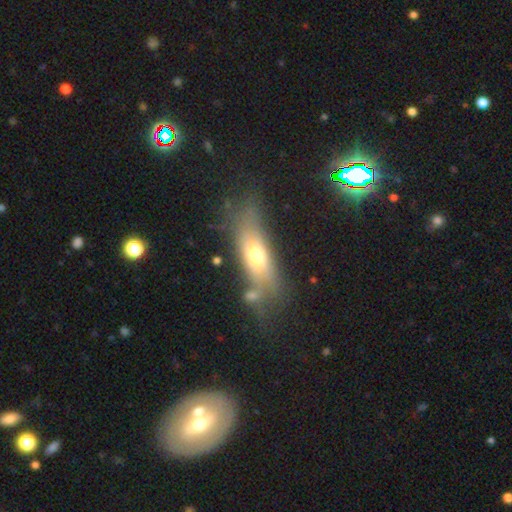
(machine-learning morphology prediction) The model was most divided on "smooth or featured": smooth: 56%, featured or disk: 35%, star or artifact: 9%. More confident: how rounded — in between (60%); merging — none (54%).